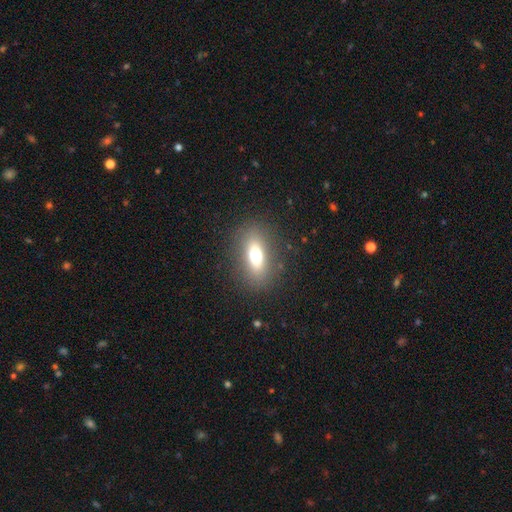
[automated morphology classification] Smooth or featured? smooth (66%)
How rounded? in between (72%)
Merging? none (85%)